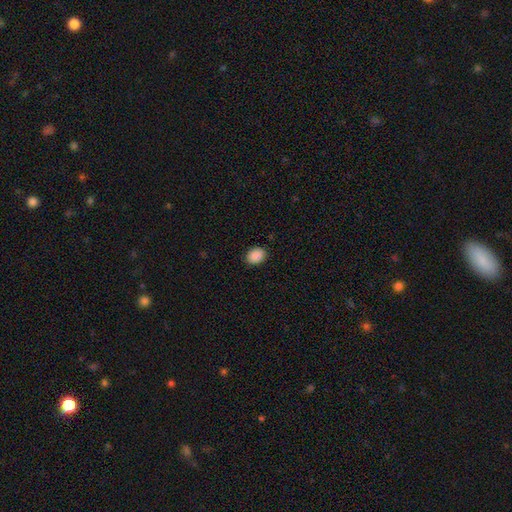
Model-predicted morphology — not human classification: This appears to be a smooth galaxy with no disk features (90%) that is in between round and cigar-shaped (60%). Merging: none (88%).